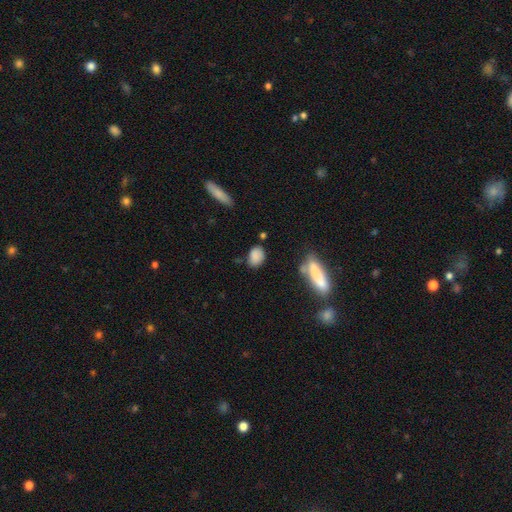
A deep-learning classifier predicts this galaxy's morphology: Q: Smooth or featured?
A: smooth (85%); runner-up: star or artifact (9%)
Q: How rounded?
A: in between (80%); runner-up: round (17%)
Q: Merging?
A: none (69%); runner-up: minor disturbance (19%)